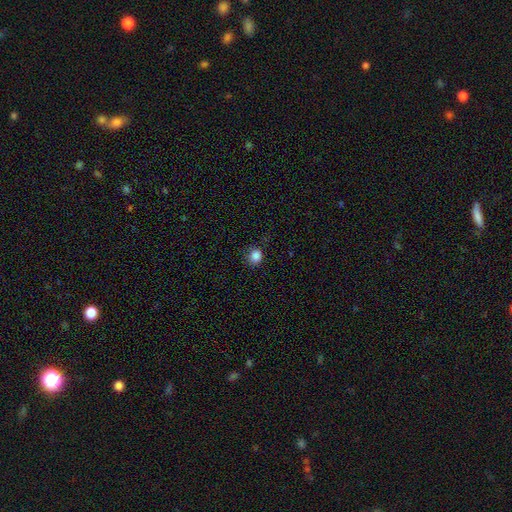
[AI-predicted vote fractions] This appears to be a smooth galaxy with no disk features (85%) that is round (79%). Merging: none (84%).